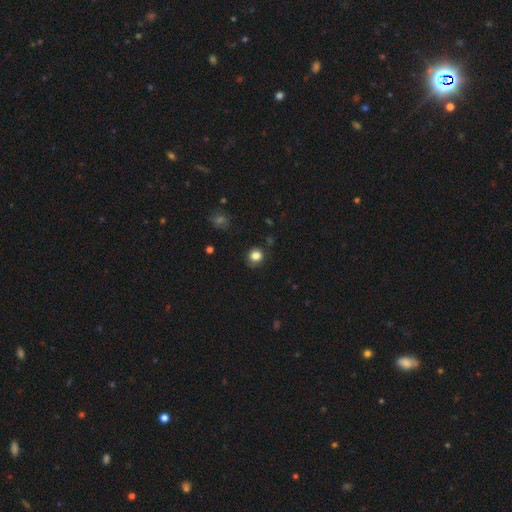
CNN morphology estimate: Smooth or featured? smooth (83%)
How rounded? round (79%)
Merging? none (82%)